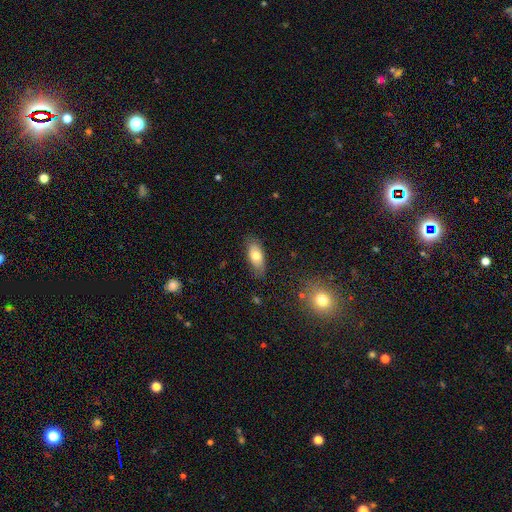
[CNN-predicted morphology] Smooth or featured? smooth (69%)
How rounded? in between (86%)
Merging? none (77%)